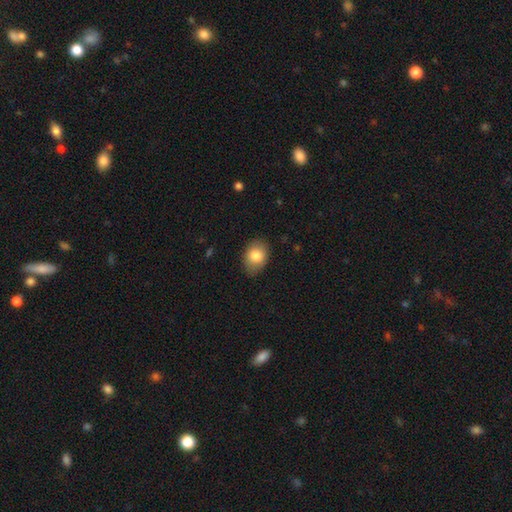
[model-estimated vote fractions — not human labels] The model was most divided on "how rounded": in between: 71%, round: 28%, cigar-shaped: 1%. More confident: smooth or featured — smooth (82%); merging — none (82%).